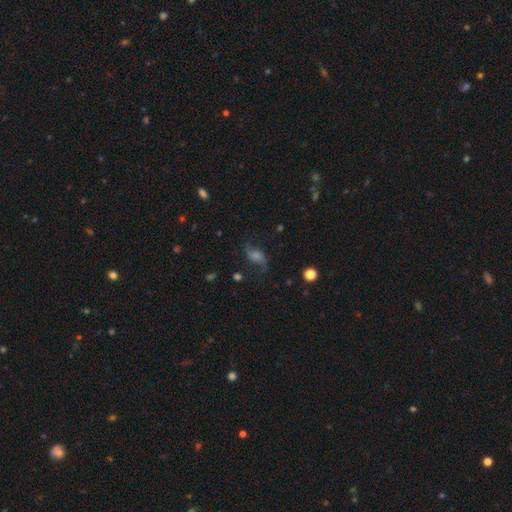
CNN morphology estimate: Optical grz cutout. It shows a featured or disk galaxy (63%) with no bar (58%), 2 (89%) loose (71%) spiral arms (93%) and a moderate central bulge (34%). Merging: none (70%).